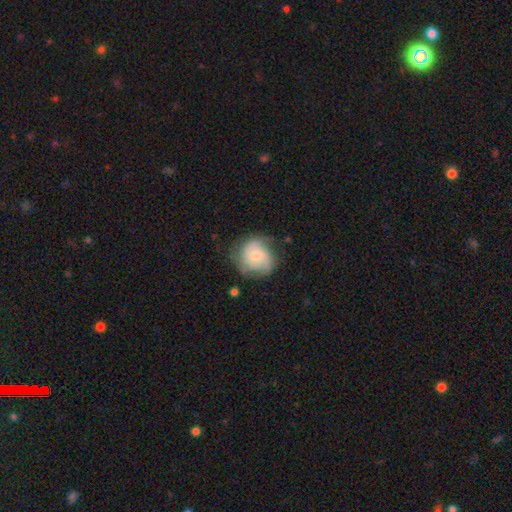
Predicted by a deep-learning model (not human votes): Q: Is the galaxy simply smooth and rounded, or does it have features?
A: smooth — 47%.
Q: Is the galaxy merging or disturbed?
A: none — 55%.